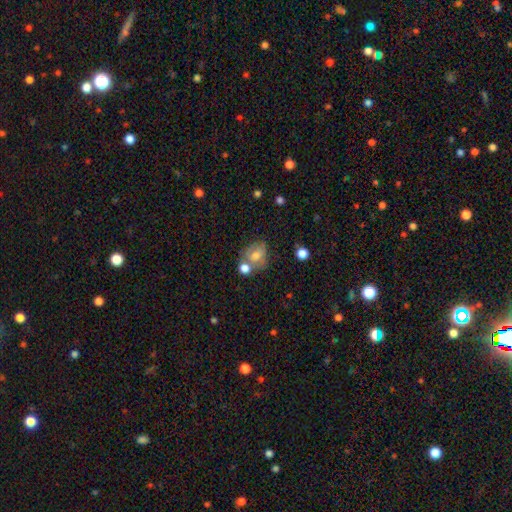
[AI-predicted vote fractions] The model was most divided on "how rounded": round: 51%, in between: 48%, cigar-shaped: 1%. Remaining: smooth or featured — smooth (62%); merging — none (46%).